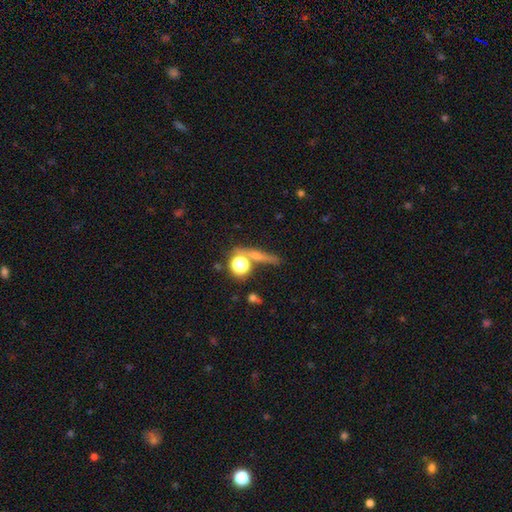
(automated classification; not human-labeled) The model was most divided on "smooth or featured": smooth: 39%, star or artifact: 32%, featured or disk: 29%. More confident: merging — none (68%).